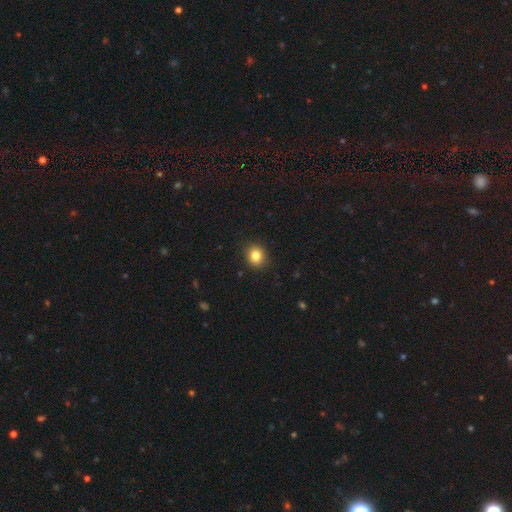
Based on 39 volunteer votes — Smooth or featured?
  - smooth: 82% *
  - star or artifact: 10%
  - featured or disk: 8%
How rounded?
  - round: 88% *
  - in between: 12%
  - cigar-shaped: 0%
Merging?
  - none: 83% *
  - minor disturbance: 9%
  - major disturbance: 6%
  - merger: 3%